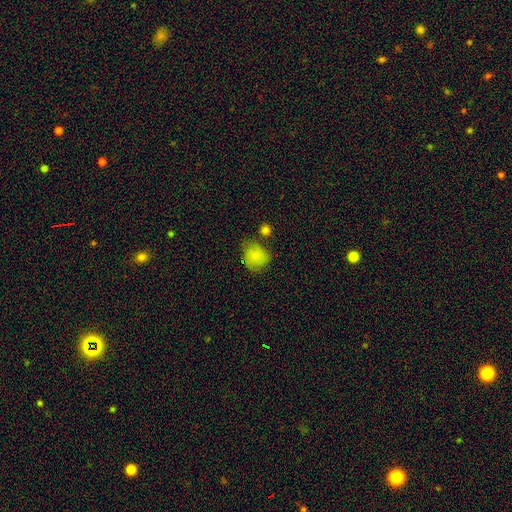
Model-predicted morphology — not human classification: smooth-or-featured: smooth: 80% | featured or disk: 11% | star or artifact: 9%
  how-rounded: round: 67% | in between: 32% | cigar-shaped: 1%
  merging: none: 55% | minor disturbance: 27% | merger: 9% | major disturbance: 9%